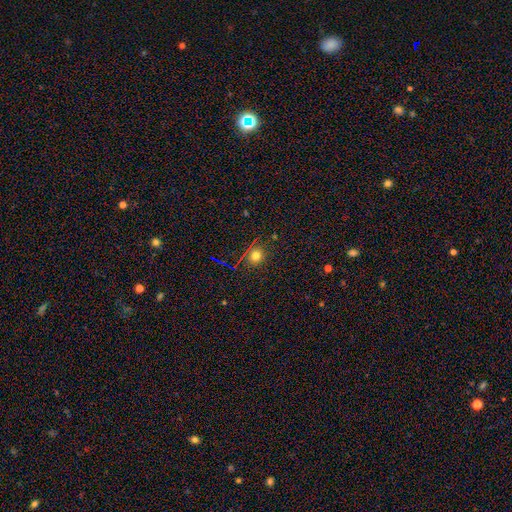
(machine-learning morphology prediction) This appears to be a smooth galaxy with no disk features (71%) that is round (78%). Merging: none (85%).